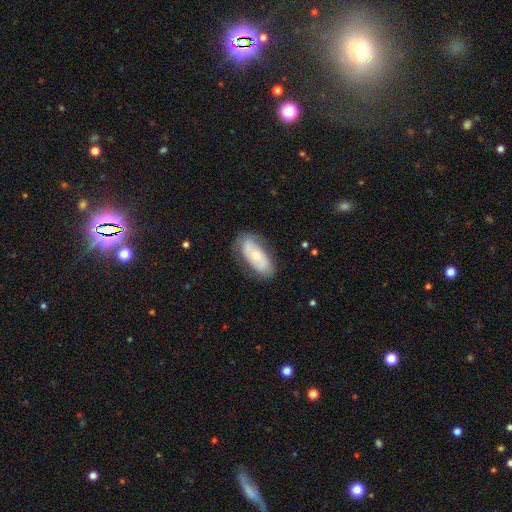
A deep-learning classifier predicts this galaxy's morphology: The model was most divided on "smooth or featured": smooth: 50%, featured or disk: 44%, star or artifact: 6%. More confident: merging — none (74%).